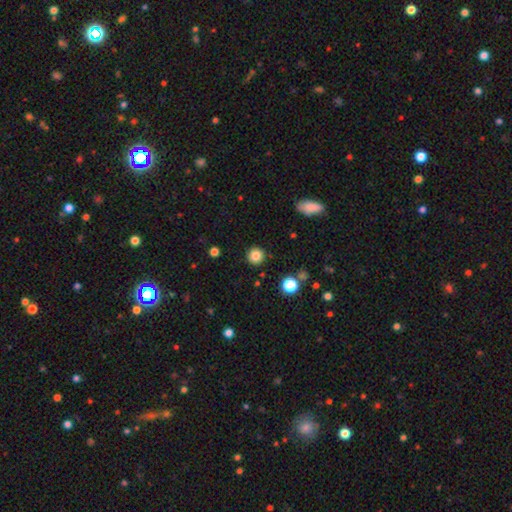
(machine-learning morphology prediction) This is clearly a smooth galaxy (84%). How rounded: clearly round (94%). Merging: clearly none (91%).